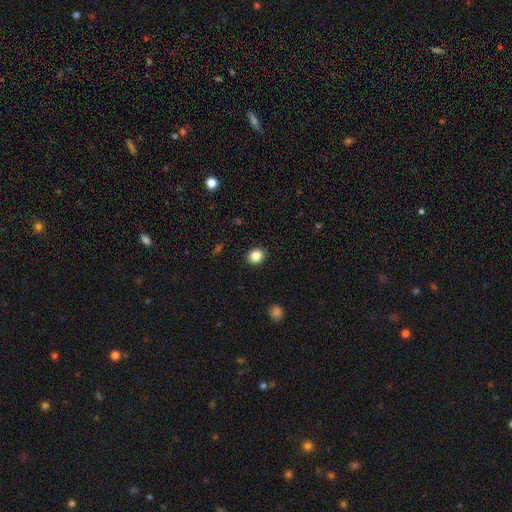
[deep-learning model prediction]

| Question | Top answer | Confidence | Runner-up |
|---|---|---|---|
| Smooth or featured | smooth | 85% | star or artifact (10%) |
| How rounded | round | 69% | in between (30%) |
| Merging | none | 91% | minor disturbance (6%) |